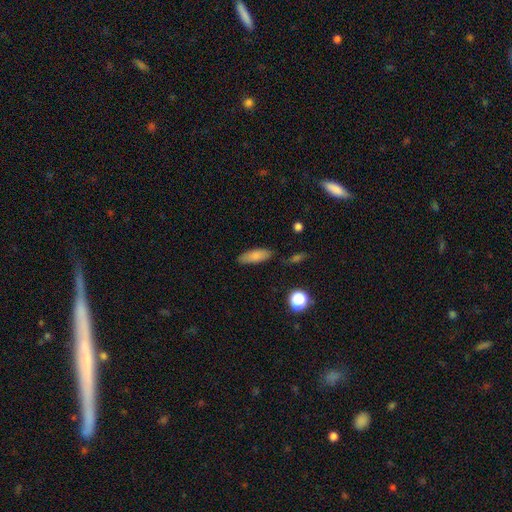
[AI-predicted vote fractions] Smooth or featured: smooth — 83% (featured or disk — 9%)
How rounded: in between — 68% (cigar-shaped — 30%)
Merging: none — 79% (minor disturbance — 14%)